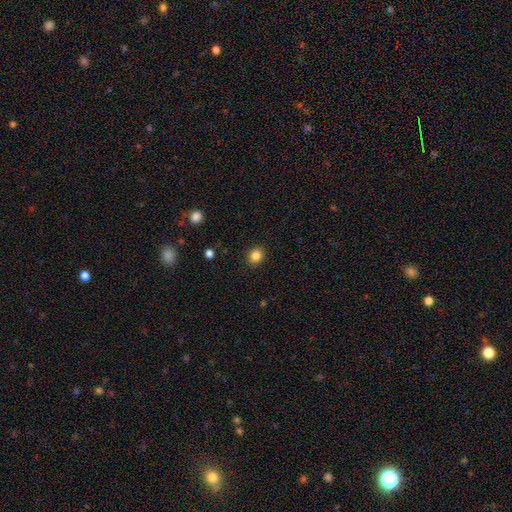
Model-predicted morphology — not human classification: type=smooth (85%); roundness=round (71%); merging=none (90%).